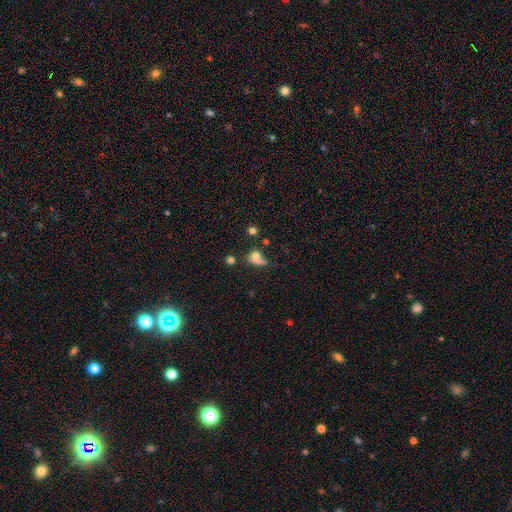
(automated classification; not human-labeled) Morphology: type=smooth (63%); roundness=in between (49%); merging=none (31%).